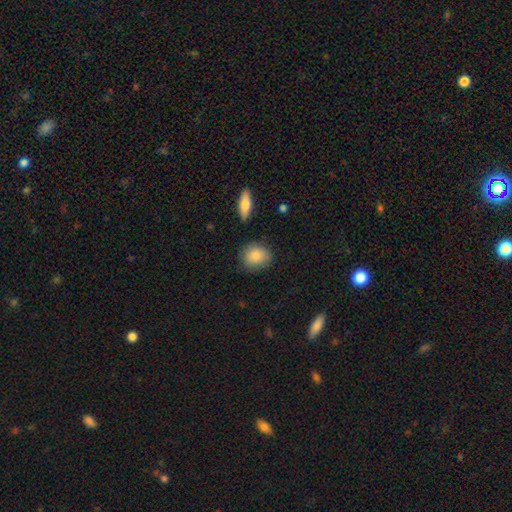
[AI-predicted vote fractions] Morphology: type=smooth (87%); roundness=round (63%); merging=none (79%).